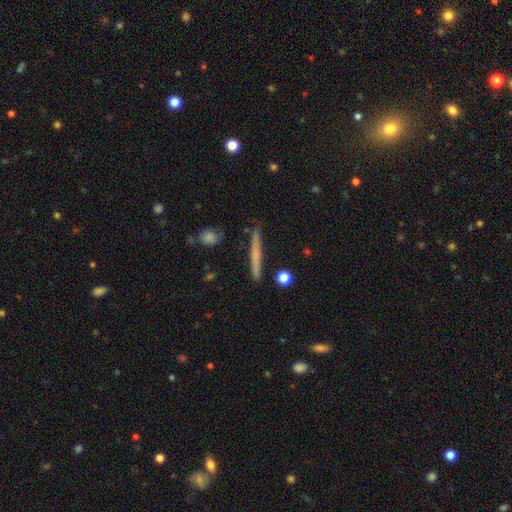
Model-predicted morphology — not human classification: type=smooth (56%); roundness=cigar-shaped (95%); merging=none (86%).